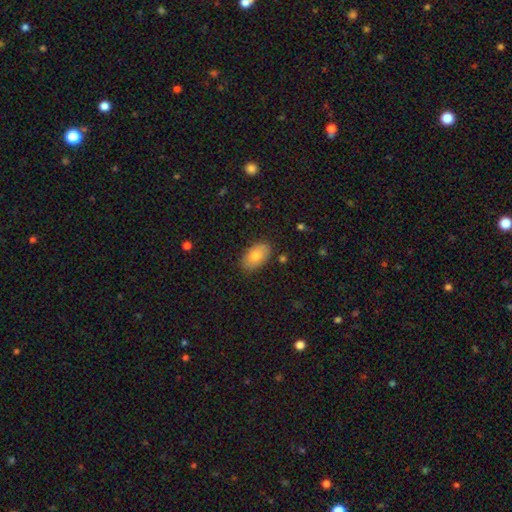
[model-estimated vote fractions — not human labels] Overall: smooth (78%). How rounded: in between (92%). Merging: none (85%).